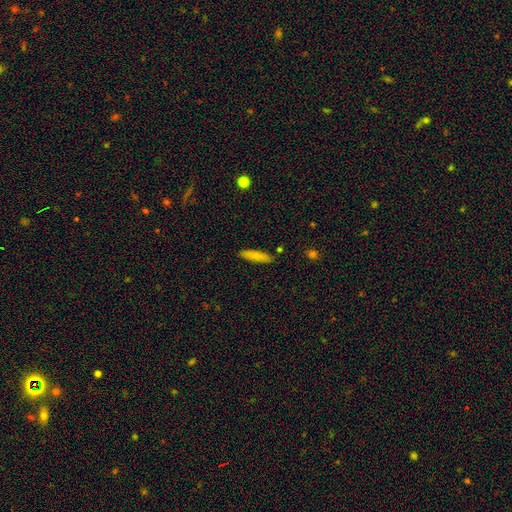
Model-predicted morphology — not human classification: Smooth or featured?
  - smooth: 79% *
  - featured or disk: 14%
  - star or artifact: 7%
How rounded?
  - cigar-shaped: 75% *
  - in between: 24%
  - round: 2%
Merging?
  - none: 87% *
  - minor disturbance: 9%
  - merger: 2%
  - major disturbance: 2%